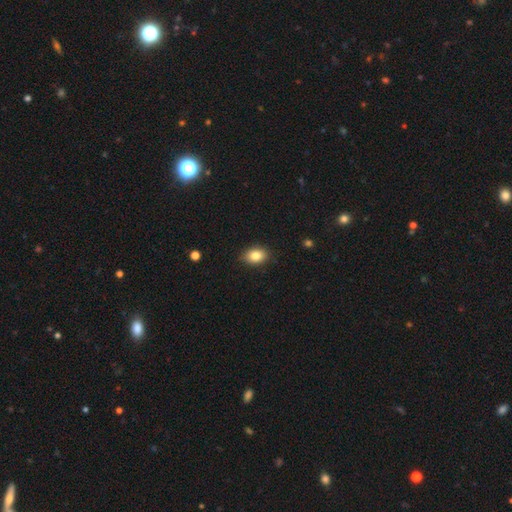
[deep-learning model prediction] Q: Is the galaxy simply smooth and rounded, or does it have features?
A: smooth — 85%.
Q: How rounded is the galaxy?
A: in between — 79%.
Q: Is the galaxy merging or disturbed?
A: none — 88%.